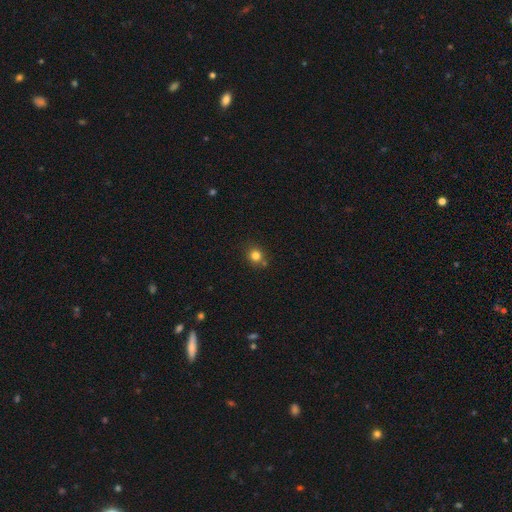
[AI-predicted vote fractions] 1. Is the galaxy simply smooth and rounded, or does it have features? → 81% smooth, 13% star or artifact, 6% featured or disk.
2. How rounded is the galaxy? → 84% round, 15% in between, 1% cigar-shaped.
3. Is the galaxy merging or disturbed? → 75% none, 12% minor disturbance, 10% merger, 3% major disturbance.